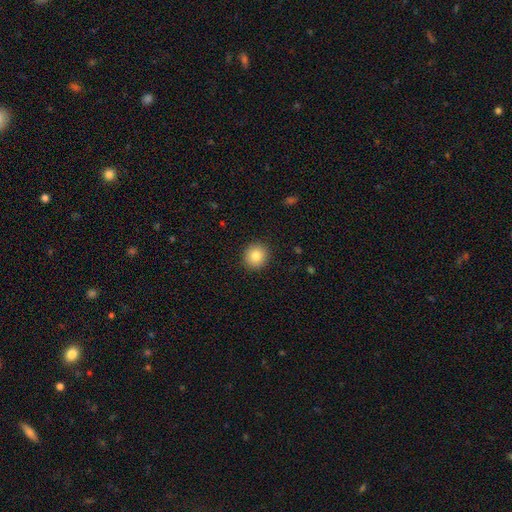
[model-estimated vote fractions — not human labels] Smooth or featured: smooth — 85% (star or artifact — 9%)
How rounded: round — 89% (in between — 11%)
Merging: none — 91% (minor disturbance — 6%)